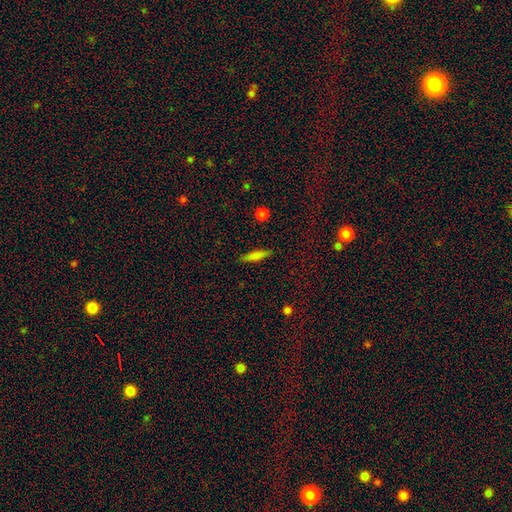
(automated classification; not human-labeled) Smooth or featured? Predicted: smooth (p=0.76). How rounded? Predicted: cigar-shaped (p=0.80). Merging? Predicted: none (p=0.88).